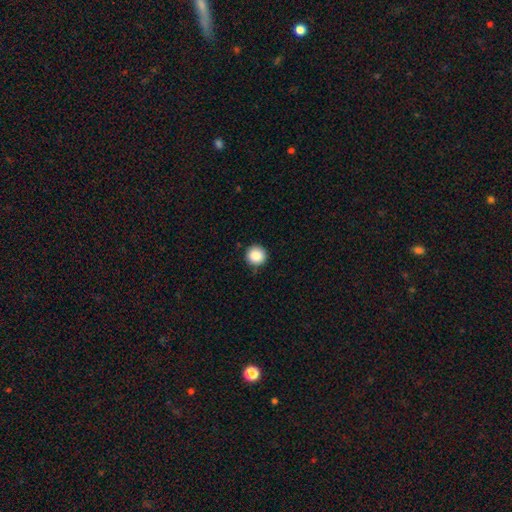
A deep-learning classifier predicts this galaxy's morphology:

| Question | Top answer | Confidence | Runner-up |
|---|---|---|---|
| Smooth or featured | smooth | 88% | star or artifact (9%) |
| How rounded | round | 95% | in between (4%) |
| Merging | none | 87% | minor disturbance (10%) |